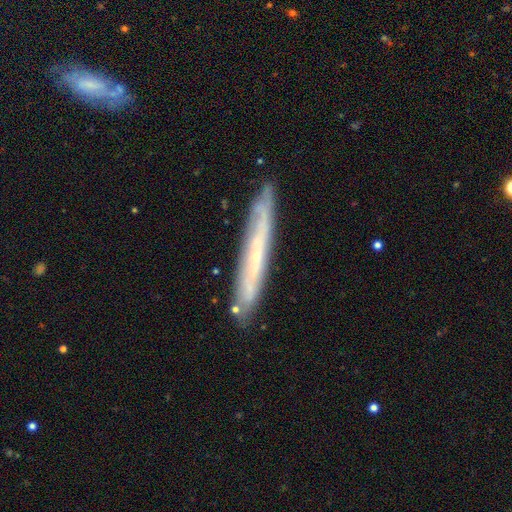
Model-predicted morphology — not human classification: Smooth or featured? featured or disk (67%)
Edge-on disk? yes (75%)
Edge-on bulge? none (65%)
Merging? none (84%)